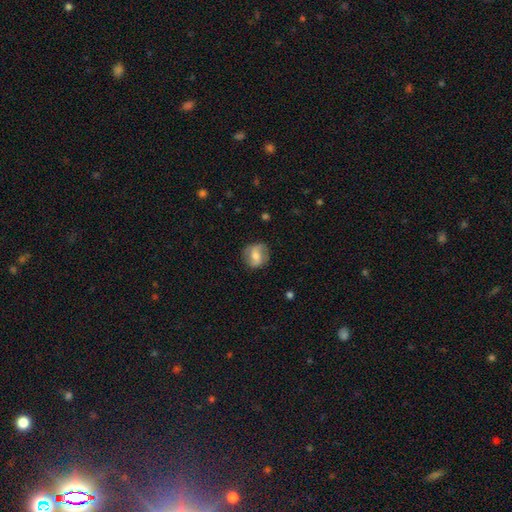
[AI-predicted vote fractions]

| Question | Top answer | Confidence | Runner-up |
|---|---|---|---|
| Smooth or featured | smooth | 47% | featured or disk (46%) |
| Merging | none | 78% | minor disturbance (16%) |